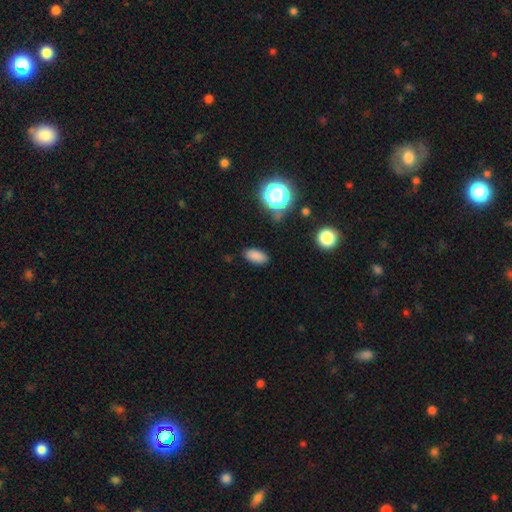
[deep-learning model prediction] Smooth or featured? smooth (82%)
How rounded? in between (90%)
Merging? none (83%)